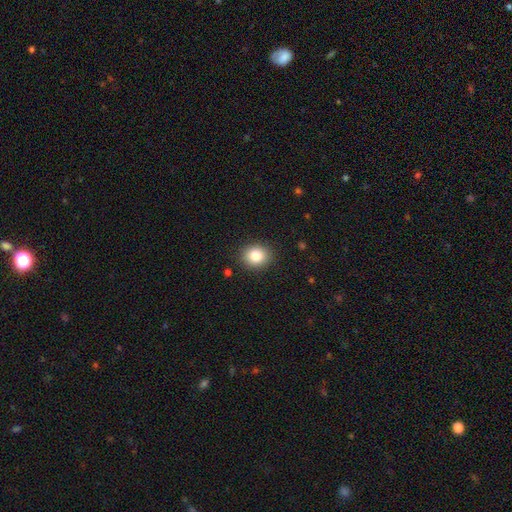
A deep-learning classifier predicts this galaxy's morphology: Smooth or featured? Predicted: smooth (p=0.83). How rounded? Predicted: round (p=0.66). Merging? Predicted: none (p=0.89).